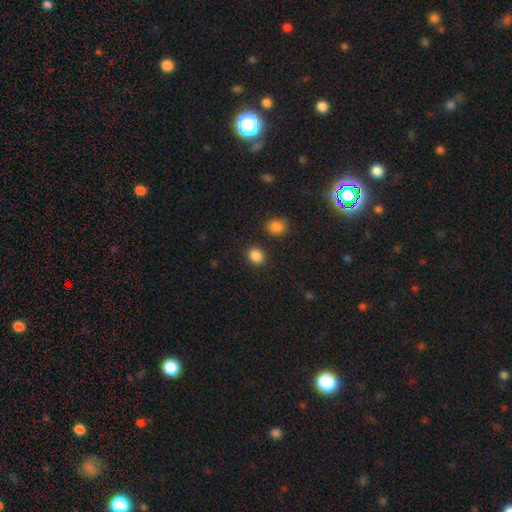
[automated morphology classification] A smooth galaxy with no disk features (87%) that is round (63%). Merging: none (86%).